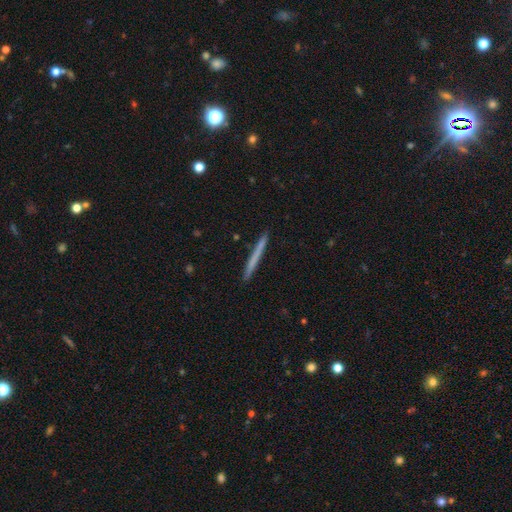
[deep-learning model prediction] A smooth galaxy with no disk features (60%) that is cigar-shaped (97%). Merging: none (92%).